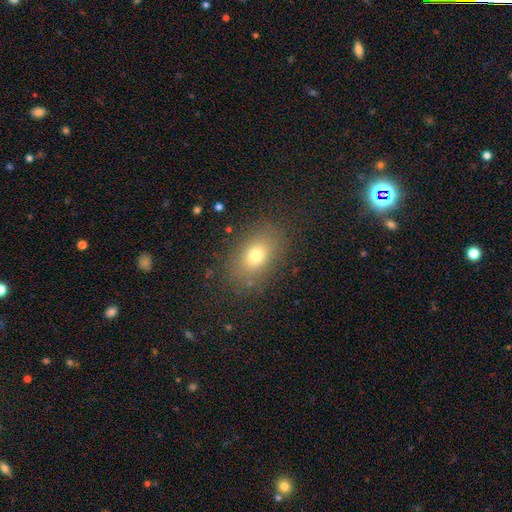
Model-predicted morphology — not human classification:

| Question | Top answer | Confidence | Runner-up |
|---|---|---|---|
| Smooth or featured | smooth | 74% | featured or disk (13%) |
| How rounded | in between | 81% | round (17%) |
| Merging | none | 83% | minor disturbance (11%) |